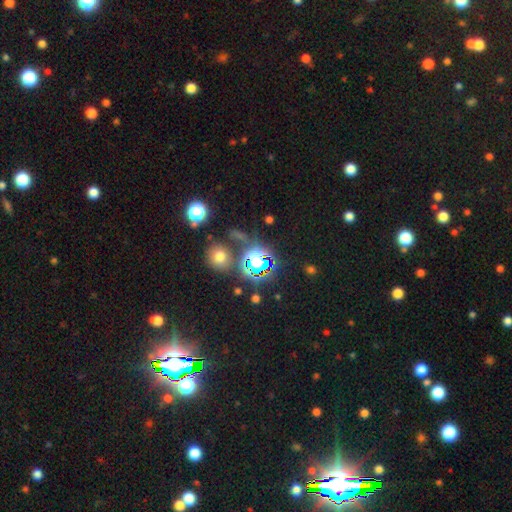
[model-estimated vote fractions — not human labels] A star or artifact, not a galaxy (80%).